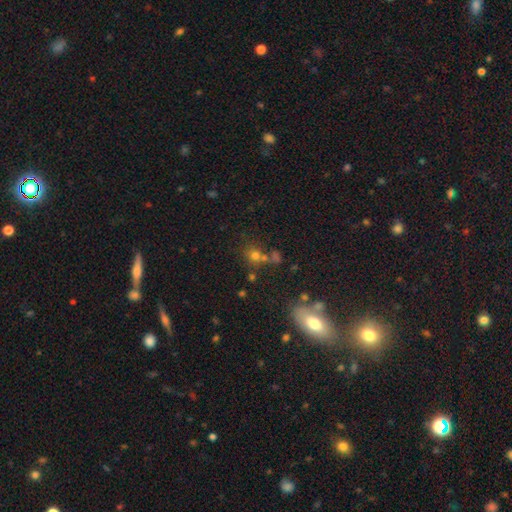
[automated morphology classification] smooth 61%, star or artifact 27%, featured or disk 12%. Down the decision tree: how rounded — round (80%); merging — none (58%).